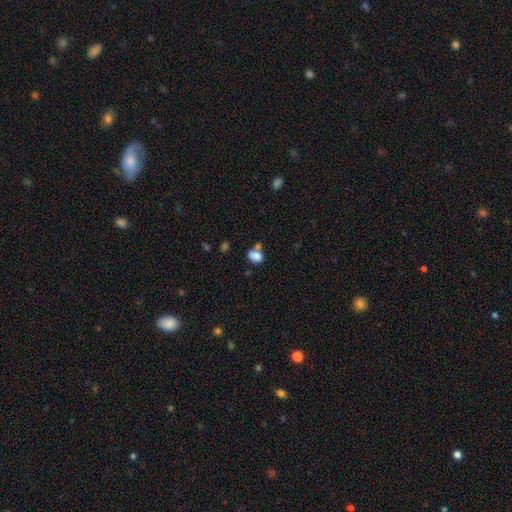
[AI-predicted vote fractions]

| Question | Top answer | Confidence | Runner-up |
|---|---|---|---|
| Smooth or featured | smooth | 83% | star or artifact (10%) |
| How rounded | in between | 75% | round (23%) |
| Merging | none | 44% | merger (33%) |